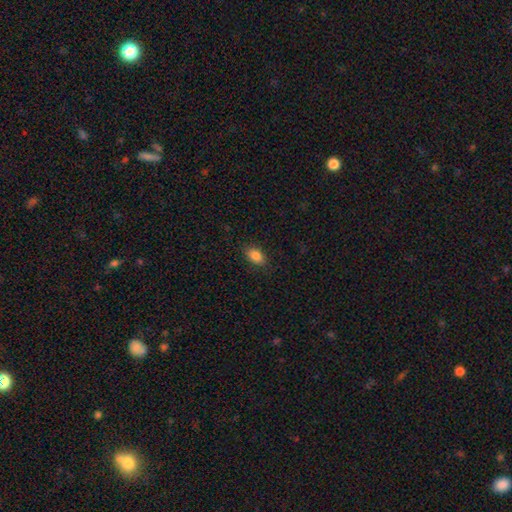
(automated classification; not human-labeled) A smooth galaxy with no disk features (86%) that is in between round and cigar-shaped (88%). Merging: none (86%).